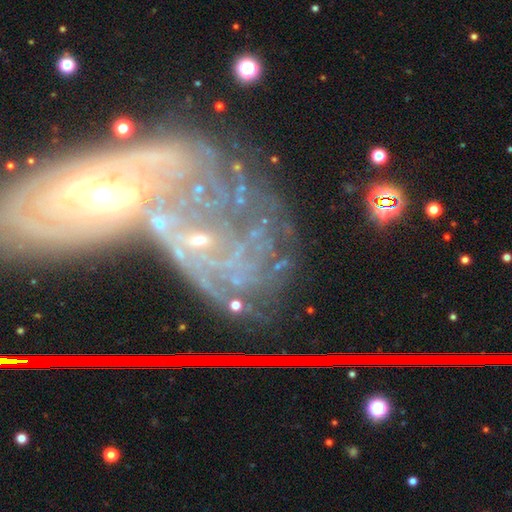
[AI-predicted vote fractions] Smooth or featured? featured or disk (72%)
Edge-on disk? no (91%)
Bar? no (65%)
Spiral arms? yes (85%)
Spiral winding? tight (67%)
Spiral arm count? can't tell (40%)
Bulge size? small (57%)
Merging? none (51%)